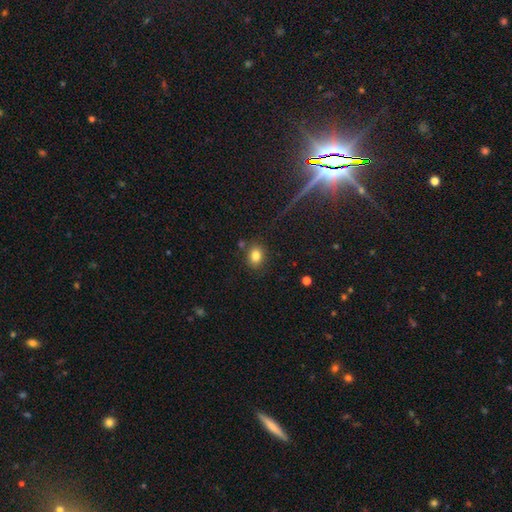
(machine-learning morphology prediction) Smooth or featured? smooth (82%)
How rounded? in between (54%)
Merging? none (79%)